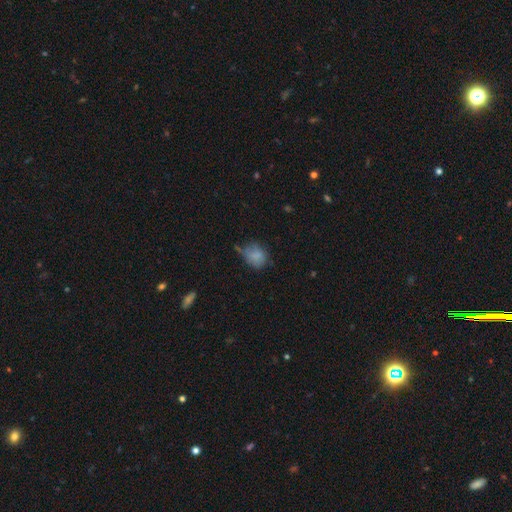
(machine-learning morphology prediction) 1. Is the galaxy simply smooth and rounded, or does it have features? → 76% smooth, 12% featured or disk, 12% star or artifact.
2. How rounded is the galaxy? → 50% round, 48% in between, 1% cigar-shaped.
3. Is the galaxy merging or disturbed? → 41% none, 36% minor disturbance, 17% major disturbance, 6% merger.